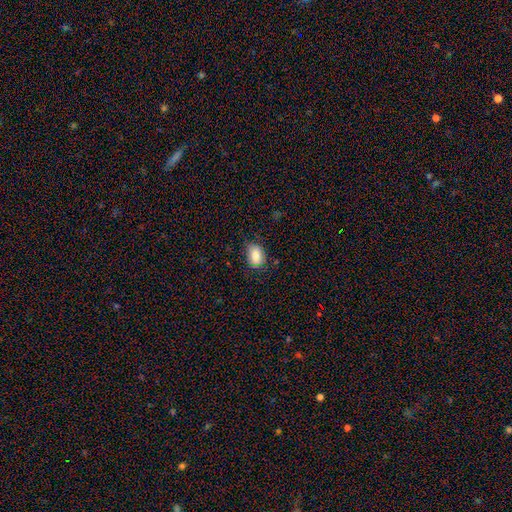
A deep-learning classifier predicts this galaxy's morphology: Smooth or featured?
  - smooth: 83% *
  - star or artifact: 9%
  - featured or disk: 8%
How rounded?
  - in between: 78% *
  - round: 20%
  - cigar-shaped: 1%
Merging?
  - none: 74% *
  - minor disturbance: 20%
  - major disturbance: 4%
  - merger: 1%